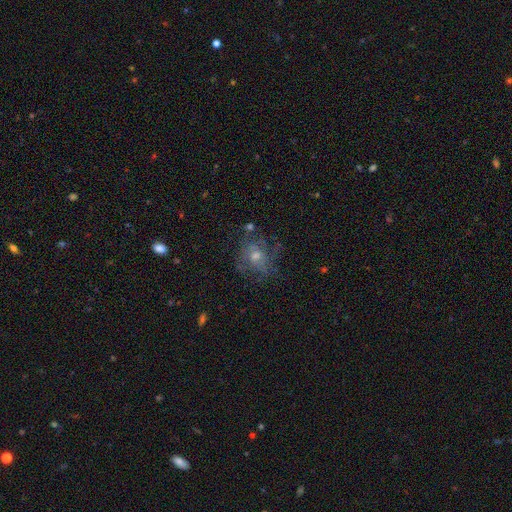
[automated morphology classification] A featured or disk galaxy (57%) with no bar (74%), spiral arms (61%) and a moderate central bulge (55%).

Vote fractions:
- Smooth or featured? featured or disk: 57% / smooth: 26% / star or artifact: 17%
- Edge-on disk? no: 96% / yes: 4%
- Bar? no: 74% / weak: 23% / strong: 4%
- Spiral arms? yes: 61% / no: 39%
- Bulge size? moderate: 55% / small: 34% / large: 5% / none: 4% / dominant: 1%
- Merging? none: 60% / minor disturbance: 20% / major disturbance: 17% / merger: 3%